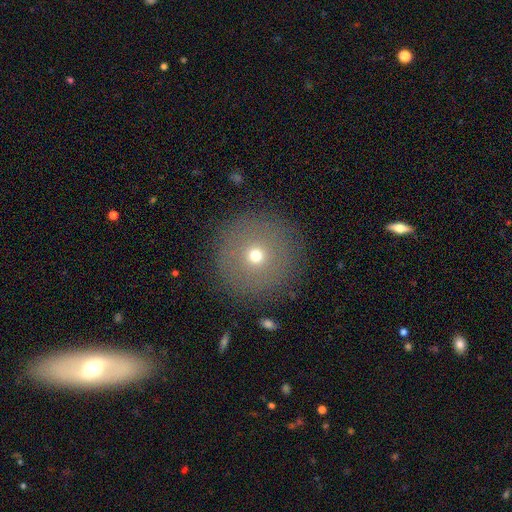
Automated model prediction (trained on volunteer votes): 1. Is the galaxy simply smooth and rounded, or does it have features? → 65% smooth, 18% star or artifact, 17% featured or disk.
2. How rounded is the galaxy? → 94% round, 5% in between, 1% cigar-shaped.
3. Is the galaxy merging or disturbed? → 88% none, 7% minor disturbance, 4% major disturbance, 1% merger.